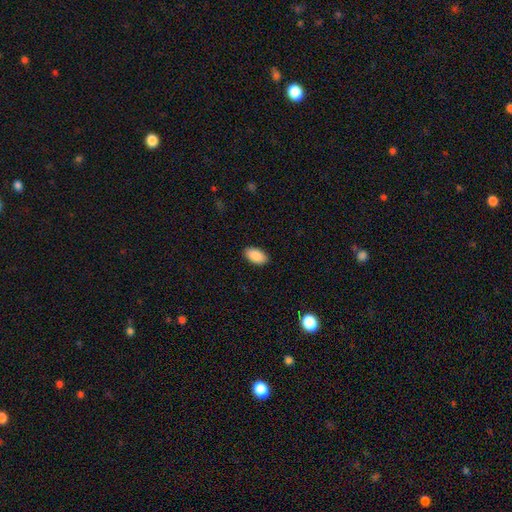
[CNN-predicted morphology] The model was most divided on "merging": none: 89%, minor disturbance: 8%, major disturbance: 2%, merger: 1%. More confident: how rounded — in between (95%); smooth or featured — smooth (90%).